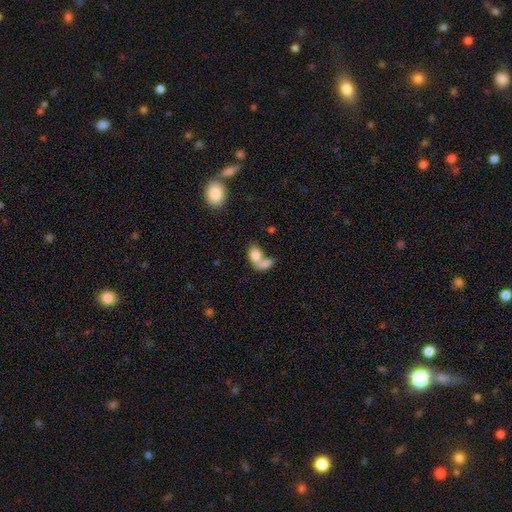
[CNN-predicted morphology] A smooth galaxy with no disk features (79%) that is in between round and cigar-shaped (76%). Merging: merger (65%).